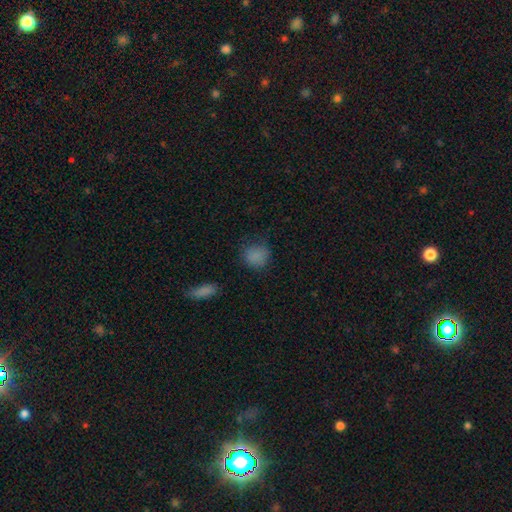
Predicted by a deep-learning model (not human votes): A smooth galaxy with no disk features (83%) that is round (84%). Merging: none (76%).